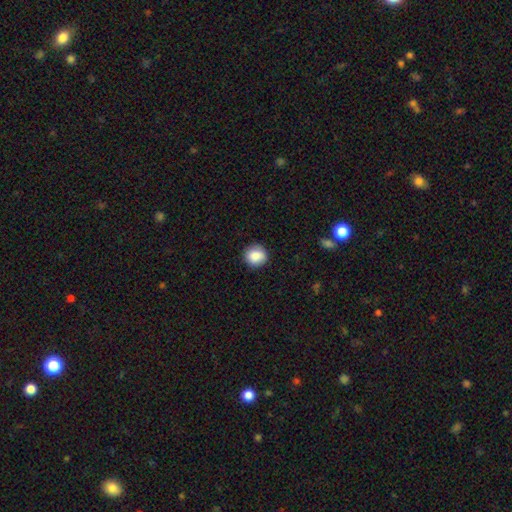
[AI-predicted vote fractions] The model was most divided on "merging": none: 86%, minor disturbance: 10%, major disturbance: 2%, merger: 1%. More confident: how rounded — round (89%); smooth or featured — smooth (86%).